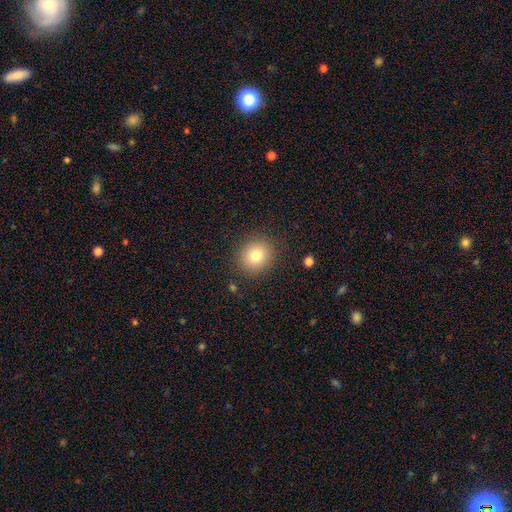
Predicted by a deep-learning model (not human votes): This is likely a smooth galaxy (79%). How rounded: clearly round (81%). Merging: clearly none (87%).